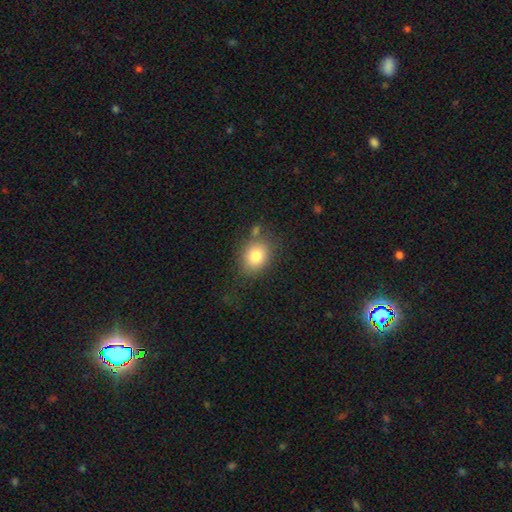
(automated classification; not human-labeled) Q: Smooth or featured?
A: smooth (80%); runner-up: featured or disk (11%)
Q: How rounded?
A: in between (51%); runner-up: round (48%)
Q: Merging?
A: none (72%); runner-up: minor disturbance (16%)